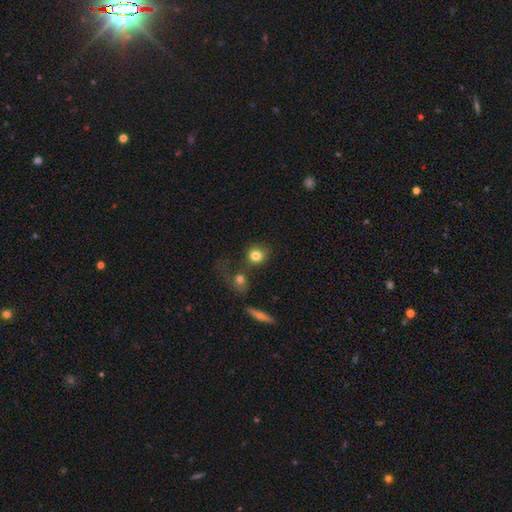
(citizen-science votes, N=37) smooth-or-featured: smooth: 89% | featured or disk: 5% | star or artifact: 5%
  how-rounded: round: 88% | in between: 9% | cigar-shaped: 3%
  merging: none: 57% | minor disturbance: 20% | merger: 20% | major disturbance: 3%